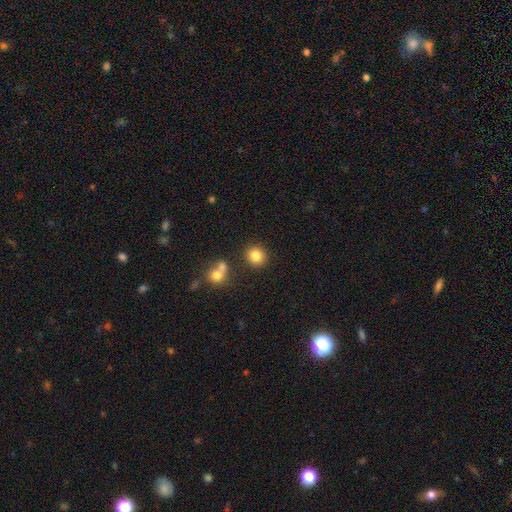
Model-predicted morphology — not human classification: Smooth or featured? Predicted: smooth (p=0.83). How rounded? Predicted: round (p=0.89). Merging? Predicted: none (p=0.84).